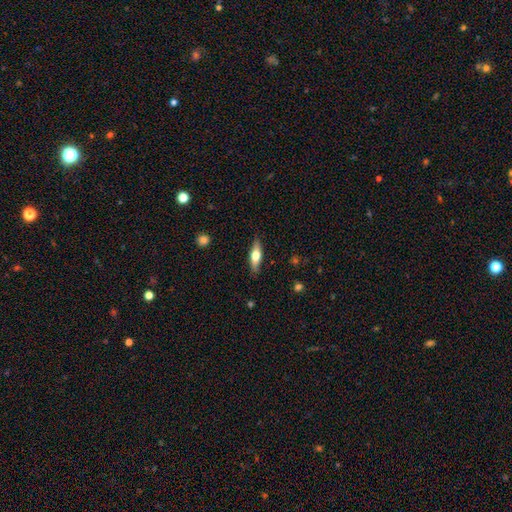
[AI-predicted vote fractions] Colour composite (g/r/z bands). It shows a smooth galaxy with no disk features (58%) that is cigar-shaped (51%). Merging: none (86%).